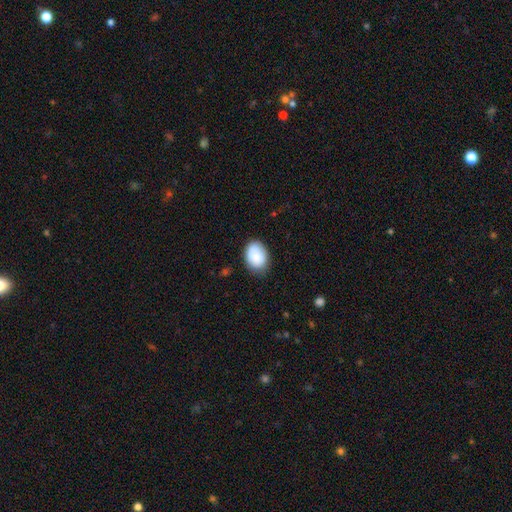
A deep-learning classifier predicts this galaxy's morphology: Smooth or featured? smooth (86%)
How rounded? in between (77%)
Merging? none (78%)